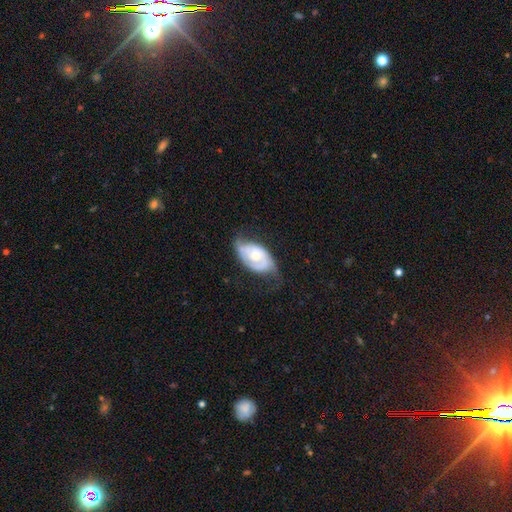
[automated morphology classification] Smooth or featured? Predicted: featured or disk (p=0.71). Edge-on disk? Predicted: no (p=0.95). Bar? Predicted: no (p=0.70). Spiral arms? Predicted: yes (p=0.83). Spiral winding? Predicted: tight (p=0.41). Spiral arm count? Predicted: 2 (p=0.64). Bulge size? Predicted: moderate (p=0.58). Merging? Predicted: none (p=0.47).